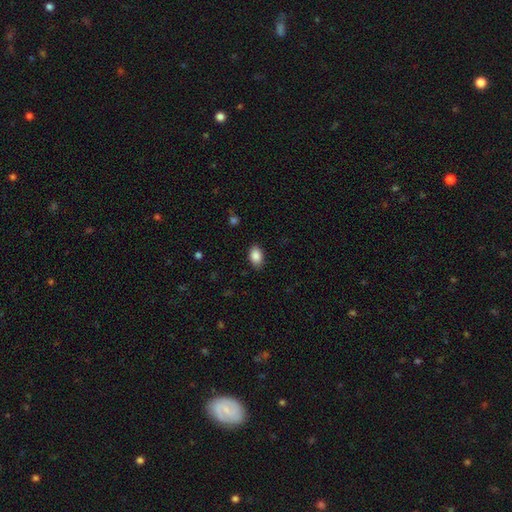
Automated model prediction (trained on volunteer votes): Smooth or featured? smooth (88%)
How rounded? in between (88%)
Merging? none (85%)